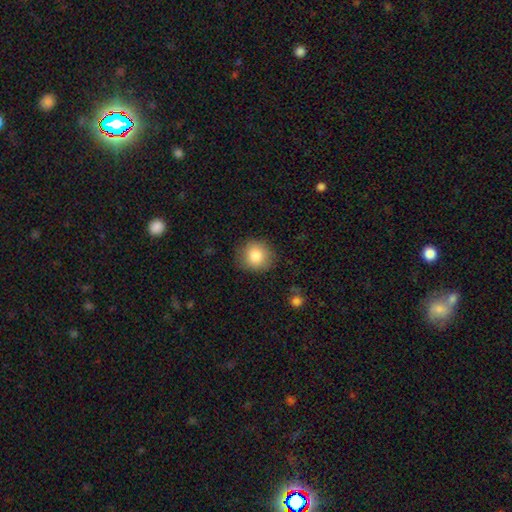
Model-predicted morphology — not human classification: This is clearly a smooth galaxy (83%). How rounded: clearly round (88%). Merging: clearly none (86%).